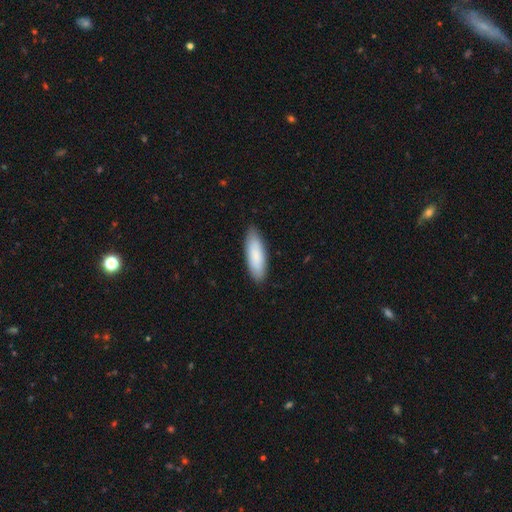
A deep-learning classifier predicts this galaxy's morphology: smooth 86%, featured or disk 9%, star or artifact 5%. Down the decision tree: how rounded — in between (53%); merging — none (87%).